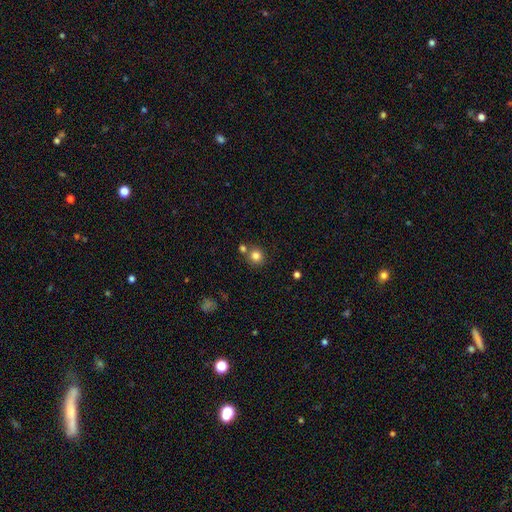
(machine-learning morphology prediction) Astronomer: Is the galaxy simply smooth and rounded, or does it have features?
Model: smooth — 82%.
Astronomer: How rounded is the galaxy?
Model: round — 90%.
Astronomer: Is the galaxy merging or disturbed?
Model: none — 68%.